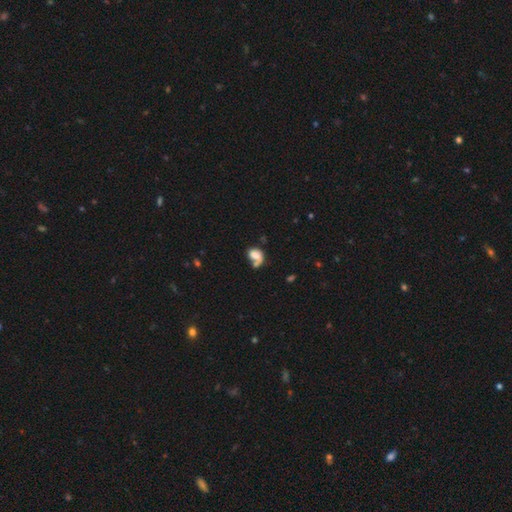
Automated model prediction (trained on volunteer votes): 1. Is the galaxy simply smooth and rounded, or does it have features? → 64% smooth, 26% featured or disk, 10% star or artifact.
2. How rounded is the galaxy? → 71% in between, 28% round, 2% cigar-shaped.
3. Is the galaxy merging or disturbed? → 34% merger, 29% none, 21% major disturbance, 16% minor disturbance.